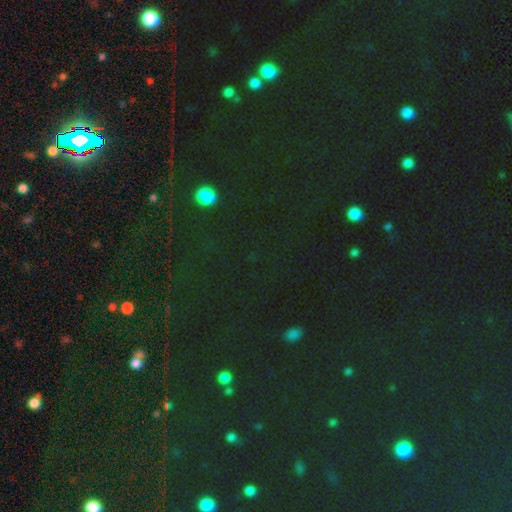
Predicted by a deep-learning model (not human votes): Smooth or featured? star or artifact (76%)